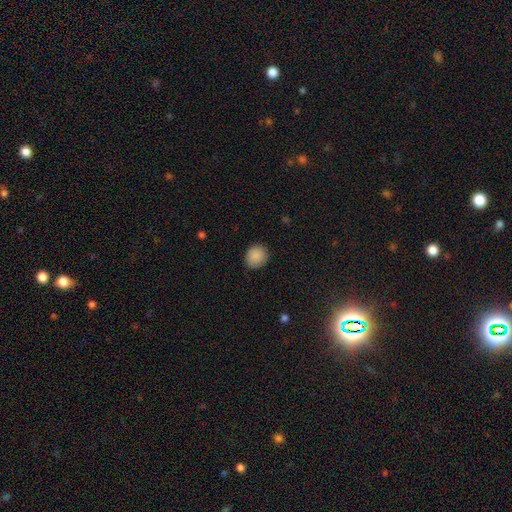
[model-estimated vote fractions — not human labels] This appears to be a smooth galaxy with no disk features (88%) that is round (78%). Merging: none (86%).